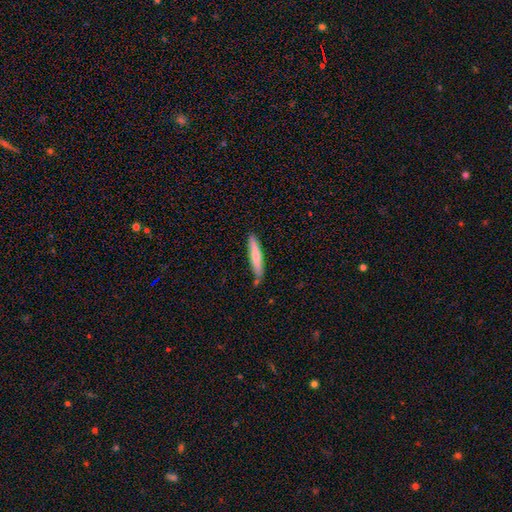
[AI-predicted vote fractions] Smooth or featured?
  - smooth: 66% *
  - featured or disk: 28%
  - star or artifact: 5%
How rounded?
  - cigar-shaped: 90% *
  - in between: 9%
  - round: 1%
Merging?
  - none: 80% *
  - minor disturbance: 14%
  - merger: 4%
  - major disturbance: 2%